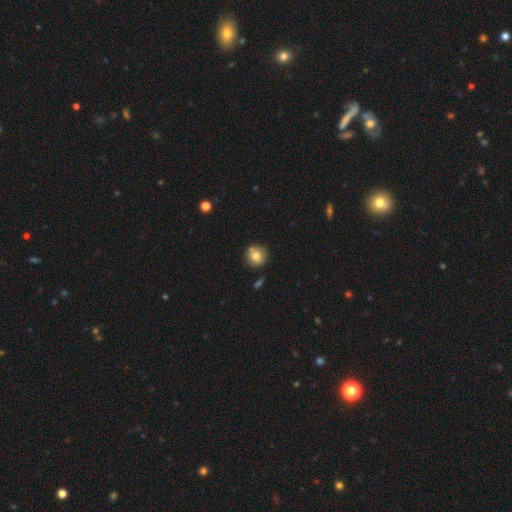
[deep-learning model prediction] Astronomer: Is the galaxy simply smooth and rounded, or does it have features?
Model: smooth — 79%.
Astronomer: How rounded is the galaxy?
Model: round — 89%.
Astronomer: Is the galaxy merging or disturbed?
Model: none — 79%.